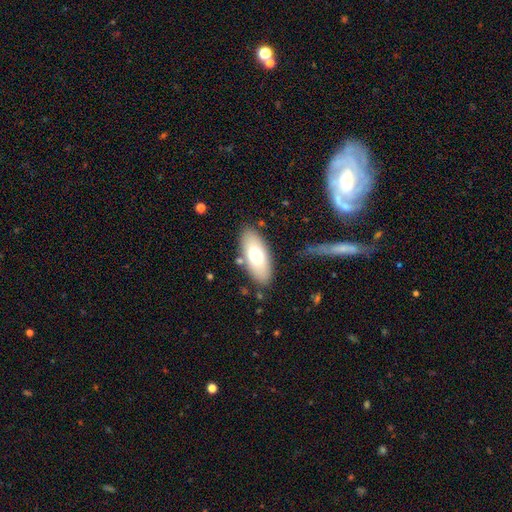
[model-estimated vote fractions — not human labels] A smooth galaxy with no disk features (70%) that is in between round and cigar-shaped (87%).

Vote fractions:
- Smooth or featured? smooth: 70% / featured or disk: 23% / star or artifact: 7%
- How rounded? in between: 87% / cigar-shaped: 11% / round: 3%
- Merging? none: 82% / minor disturbance: 11% / major disturbance: 4% / merger: 3%